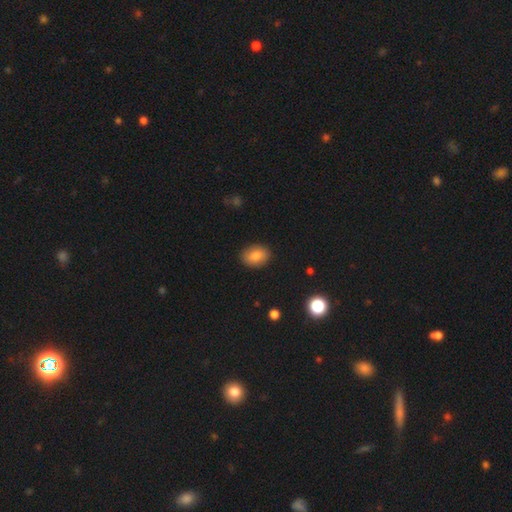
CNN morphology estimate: Smooth or featured? Predicted: smooth (p=0.82). How rounded? Predicted: in between (p=0.72). Merging? Predicted: none (p=0.88).